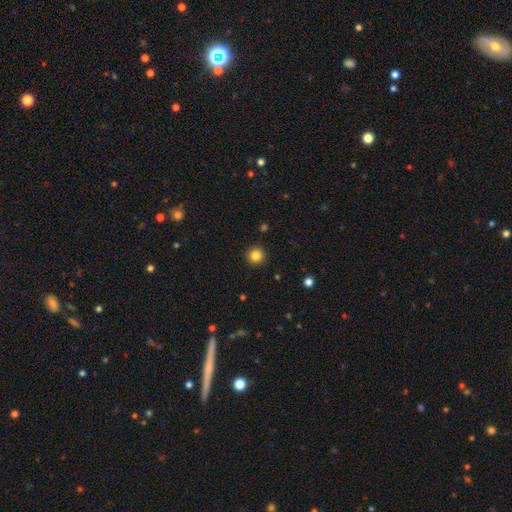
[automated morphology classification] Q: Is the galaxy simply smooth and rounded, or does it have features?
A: smooth — 84%.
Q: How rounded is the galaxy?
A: round — 95%.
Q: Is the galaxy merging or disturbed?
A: none — 92%.